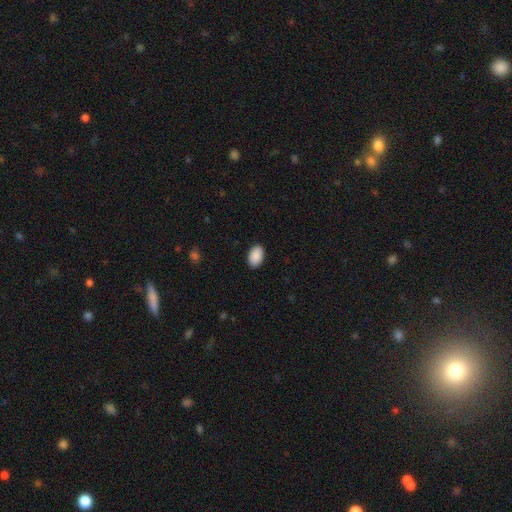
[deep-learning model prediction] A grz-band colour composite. It shows a smooth galaxy with no disk features (91%) that is in between round and cigar-shaped (92%). Merging: none (90%).